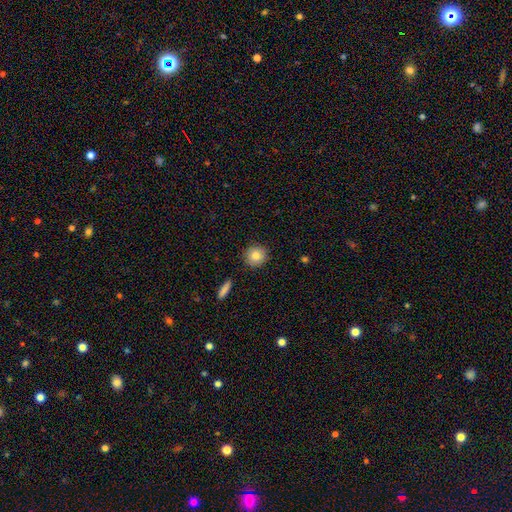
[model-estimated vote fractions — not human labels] smooth 82%, featured or disk 9%, star or artifact 8%. Down the decision tree: how rounded — round (89%); merging — none (90%).